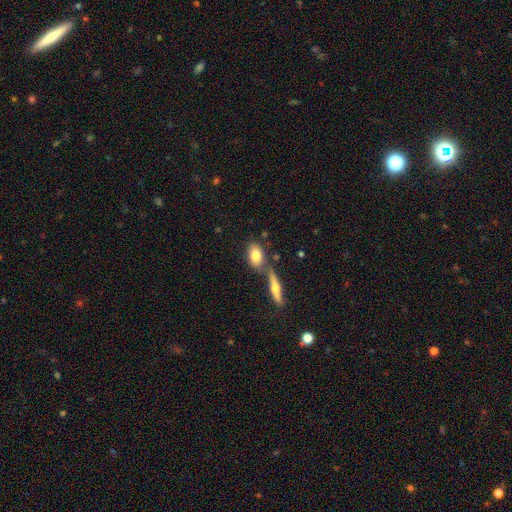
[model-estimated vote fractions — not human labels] This is likely a smooth galaxy (77%). How rounded: clearly in between (87%). Merging: possibly none (55%).